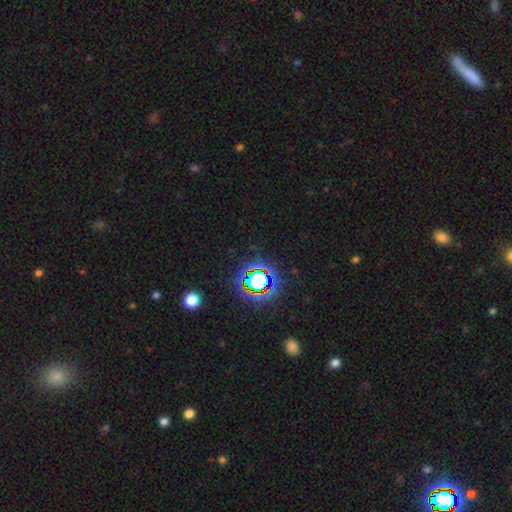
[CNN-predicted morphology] smooth-or-featured: star or artifact: 79% | smooth: 13% | featured or disk: 8%